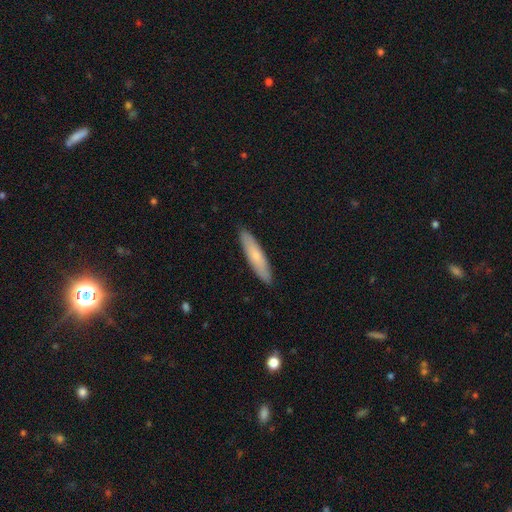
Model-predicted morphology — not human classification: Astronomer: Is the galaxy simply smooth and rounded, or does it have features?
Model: smooth — 67%.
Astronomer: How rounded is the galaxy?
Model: cigar-shaped — 83%.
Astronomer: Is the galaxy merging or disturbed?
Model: none — 90%.